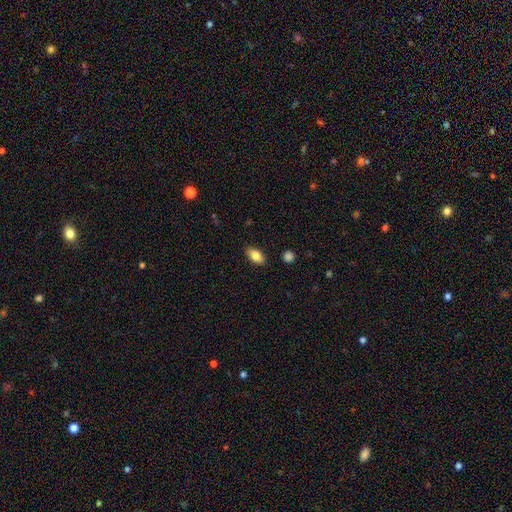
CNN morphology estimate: This is clearly a smooth galaxy (82%). How rounded: clearly in between (90%). Merging: clearly none (87%).